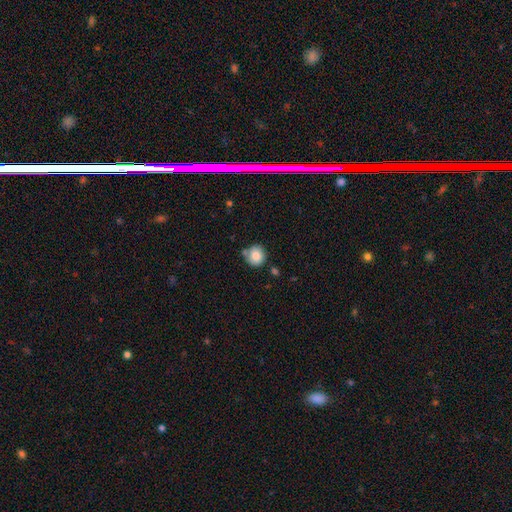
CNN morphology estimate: type=smooth (84%); roundness=round (90%); merging=none (66%).